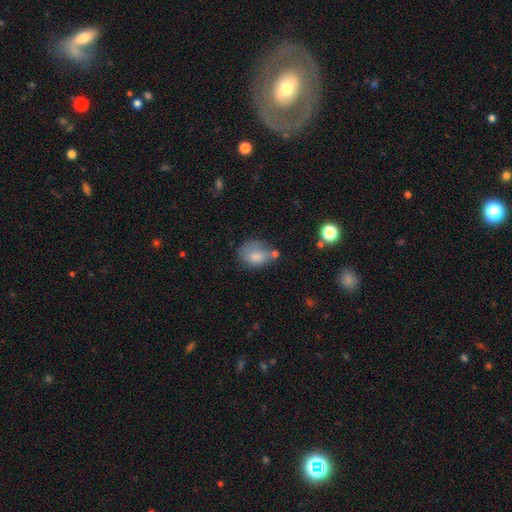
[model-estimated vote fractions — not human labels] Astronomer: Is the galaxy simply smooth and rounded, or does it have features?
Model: smooth — 69%.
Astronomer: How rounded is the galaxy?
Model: in between — 64%.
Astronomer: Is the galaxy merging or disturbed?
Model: none — 39% (runner-up: minor disturbance, 30%).